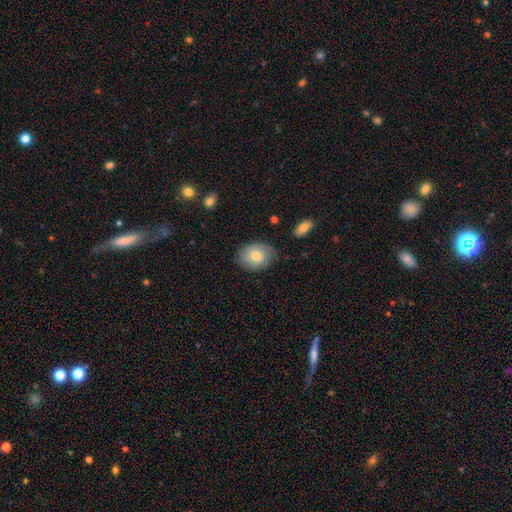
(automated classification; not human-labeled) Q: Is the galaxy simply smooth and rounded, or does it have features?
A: smooth — 70%.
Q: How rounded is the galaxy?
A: in between — 64%.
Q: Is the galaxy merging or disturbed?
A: none — 76%.